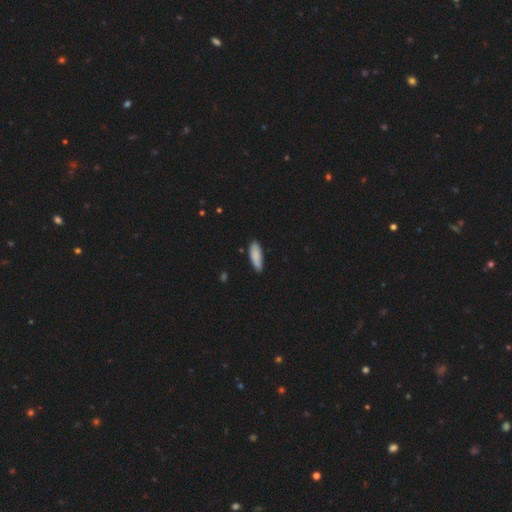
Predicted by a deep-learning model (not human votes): A smooth galaxy with no disk features (87%) that is in between round and cigar-shaped (59%).

Vote fractions:
- Smooth or featured? smooth: 87% / featured or disk: 7% / star or artifact: 6%
- How rounded? in between: 59% / cigar-shaped: 40% / round: 2%
- Merging? none: 80% / minor disturbance: 16% / major disturbance: 2% / merger: 2%